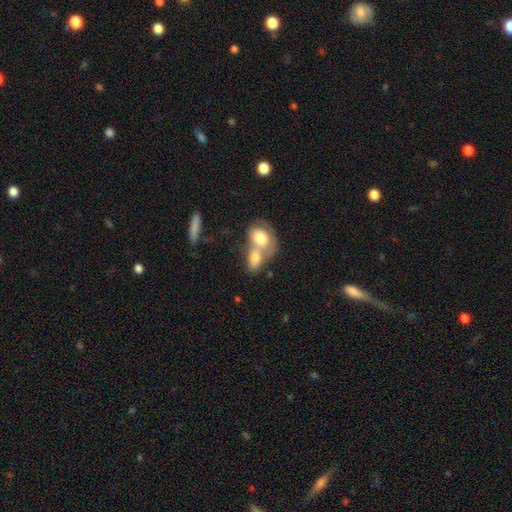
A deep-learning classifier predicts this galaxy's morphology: This appears to be a smooth galaxy with no disk features (62%) that is in between round and cigar-shaped (58%). Merging: merger (71%).